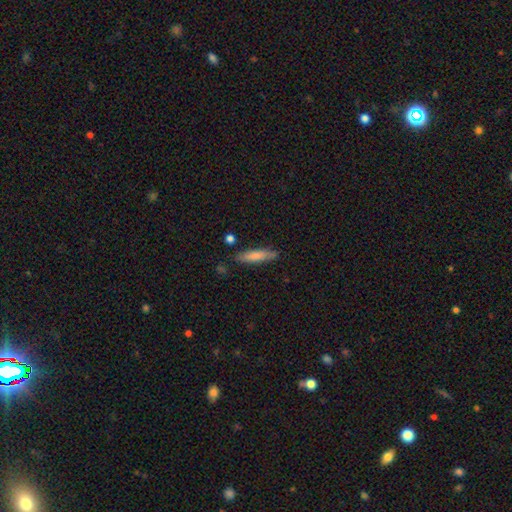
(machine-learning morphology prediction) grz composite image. It shows a smooth galaxy with no disk features (77%) that is cigar-shaped (80%). Merging: none (82%).